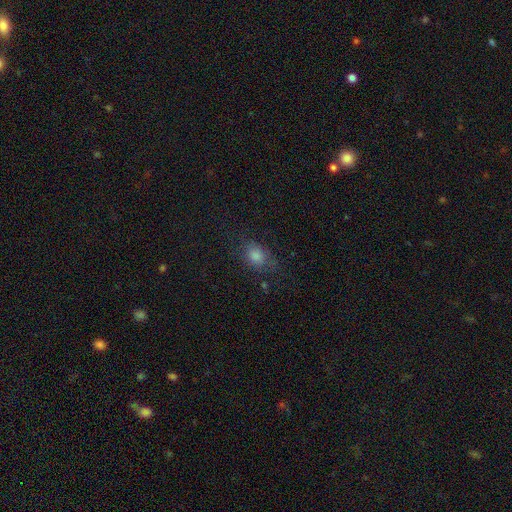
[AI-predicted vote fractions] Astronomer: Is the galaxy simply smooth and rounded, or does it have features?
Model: smooth — 70%.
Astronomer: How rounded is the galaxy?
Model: in between — 55% (runner-up: round, 43%).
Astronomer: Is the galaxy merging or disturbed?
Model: none — 68%.